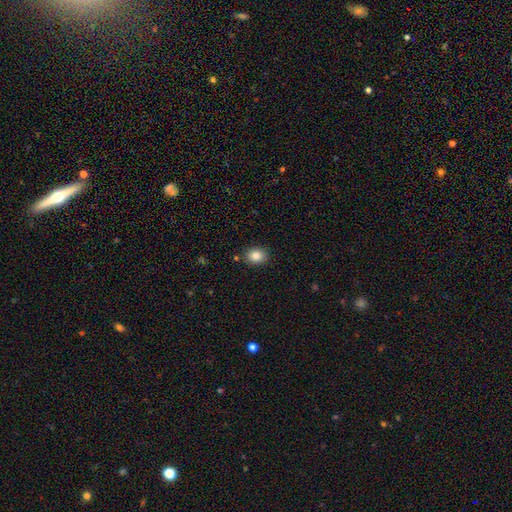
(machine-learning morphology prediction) This is clearly a smooth galaxy (86%). How rounded: possibly in between (53%). Merging: clearly none (86%).